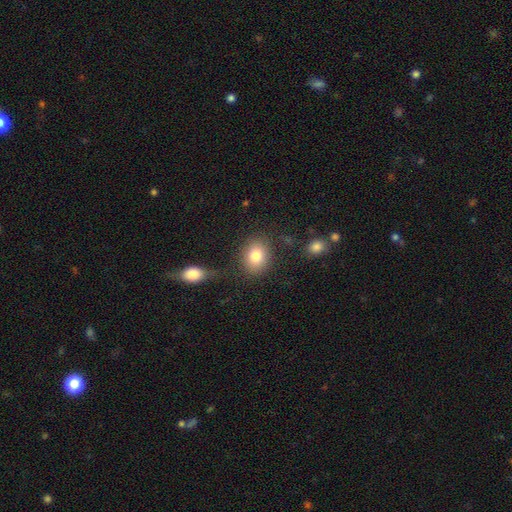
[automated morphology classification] Smooth or featured: smooth — 82% (featured or disk — 9%)
How rounded: round — 54% (in between — 45%)
Merging: none — 79% (minor disturbance — 12%)